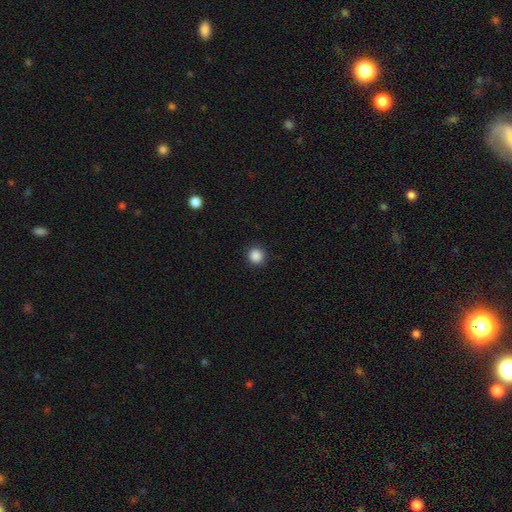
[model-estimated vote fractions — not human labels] Morphology: type=smooth (87%); roundness=round (94%); merging=none (92%).